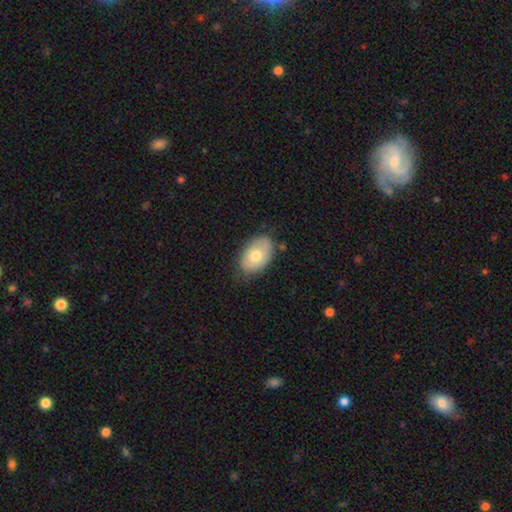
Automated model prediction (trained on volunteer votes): Smooth or featured? Predicted: smooth (p=0.70). How rounded? Predicted: in between (p=0.89). Merging? Predicted: none (p=0.76).